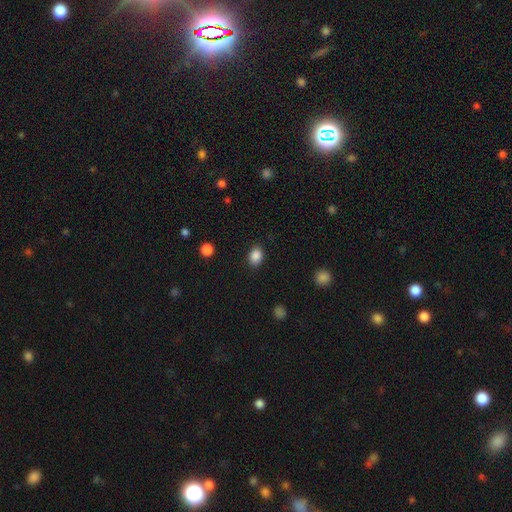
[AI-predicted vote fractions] smooth_or_featured: smooth (p=0.87) [alt: star or artifact p=0.09]
how_rounded: in between (p=0.66) [alt: round p=0.33]
merging: none (p=0.87) [alt: minor disturbance p=0.09]